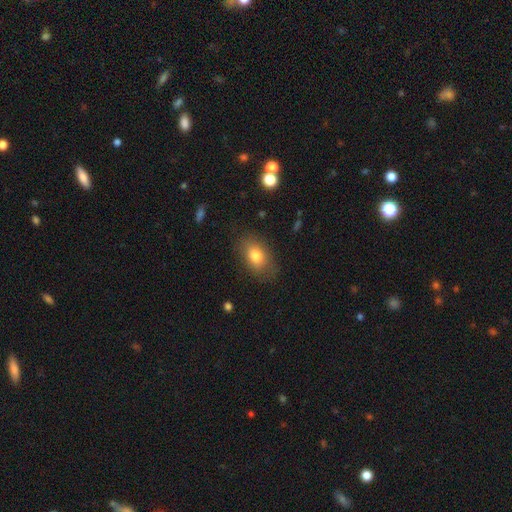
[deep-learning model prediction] Morphology: type=smooth (78%); roundness=in between (83%); merging=none (79%).